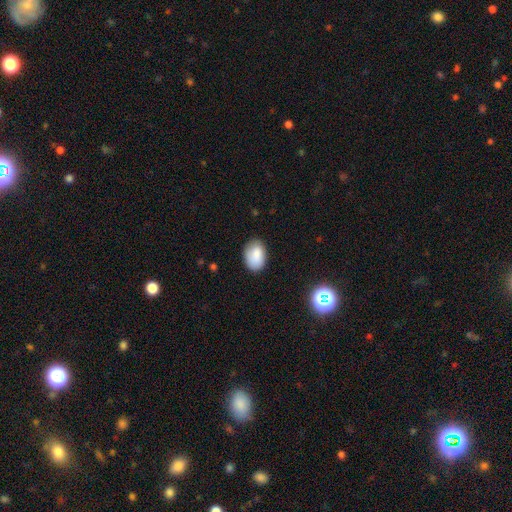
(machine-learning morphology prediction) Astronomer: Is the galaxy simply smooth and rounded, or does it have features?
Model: smooth — 85%.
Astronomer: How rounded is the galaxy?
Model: in between — 84%.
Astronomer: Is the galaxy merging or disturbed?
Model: none — 77%.